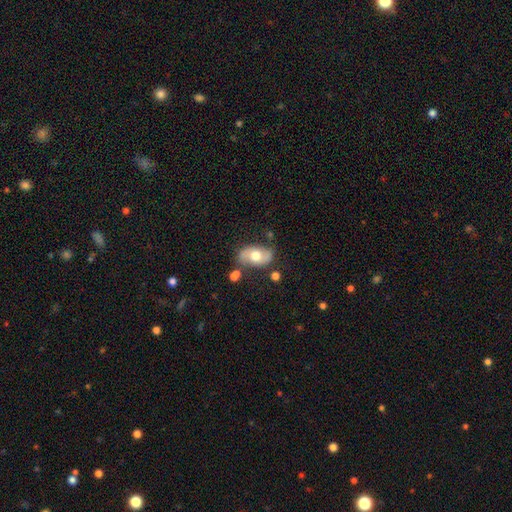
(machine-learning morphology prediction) Smooth or featured? Predicted: smooth (p=0.47, tied with featured or disk). Merging? Predicted: none (p=0.67).